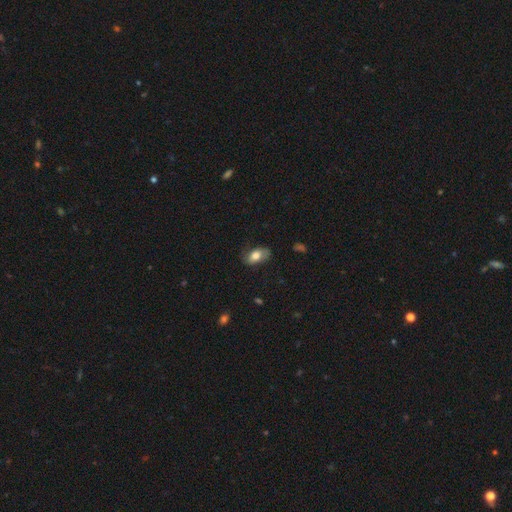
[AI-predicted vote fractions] smooth 71%, featured or disk 22%, star or artifact 7%. Down the decision tree: how rounded — in between (90%); merging — none (73%).